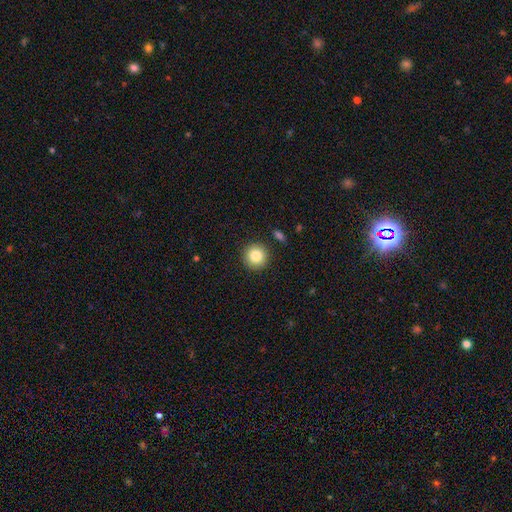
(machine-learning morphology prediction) A smooth galaxy with no disk features (85%) that is round (94%). Merging: none (89%).